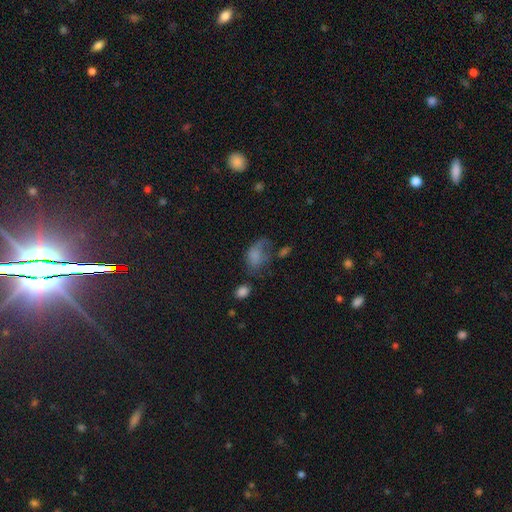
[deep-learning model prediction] Smooth or featured: smooth — 68% (featured or disk — 19%)
How rounded: in between — 83% (round — 15%)
Merging: major disturbance — 39% (minor disturbance — 27%)